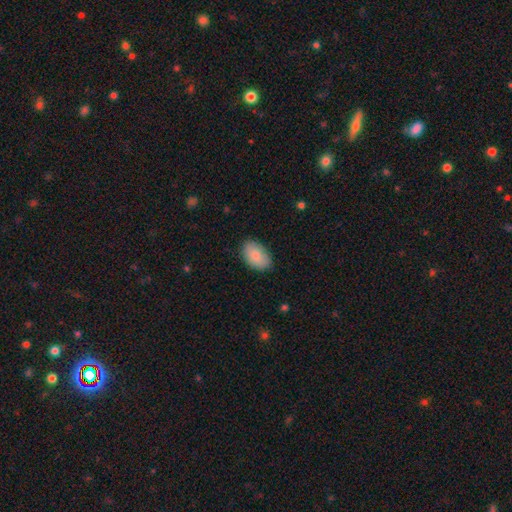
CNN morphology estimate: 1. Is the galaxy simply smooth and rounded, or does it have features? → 85% smooth, 9% featured or disk, 6% star or artifact.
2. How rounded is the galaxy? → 91% in between, 8% round, 1% cigar-shaped.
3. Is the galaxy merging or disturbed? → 85% none, 12% minor disturbance, 2% major disturbance, 1% merger.